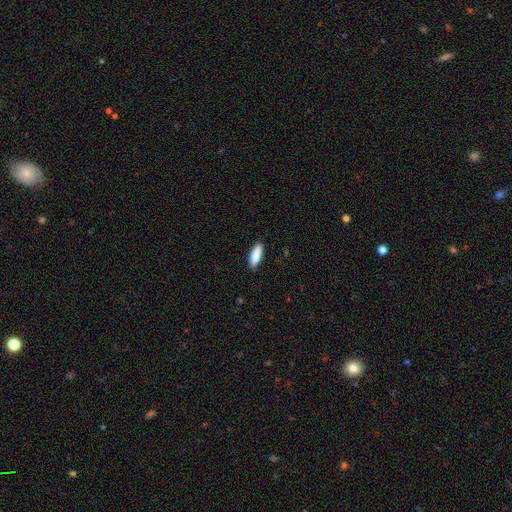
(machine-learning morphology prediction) This appears to be a smooth galaxy with no disk features (85%) that is cigar-shaped (50%). Merging: none (81%).